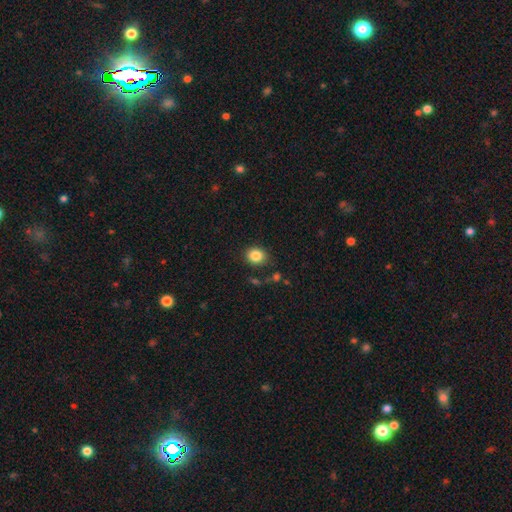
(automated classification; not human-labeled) Smooth or featured: smooth — 85% (star or artifact — 10%)
How rounded: round — 69% (in between — 30%)
Merging: none — 83% (minor disturbance — 10%)